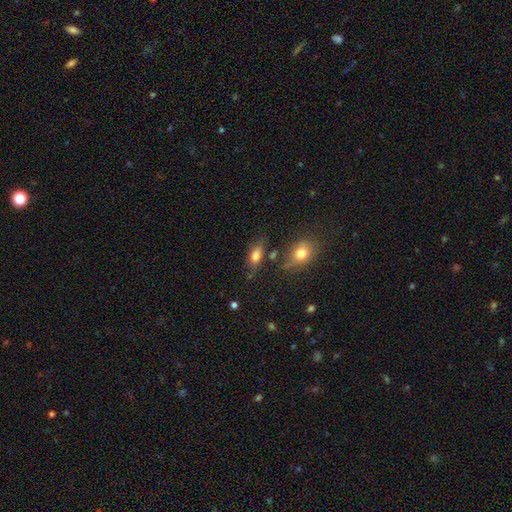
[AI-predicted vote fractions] Smooth or featured? smooth (76%)
How rounded? in between (81%)
Merging? none (64%)